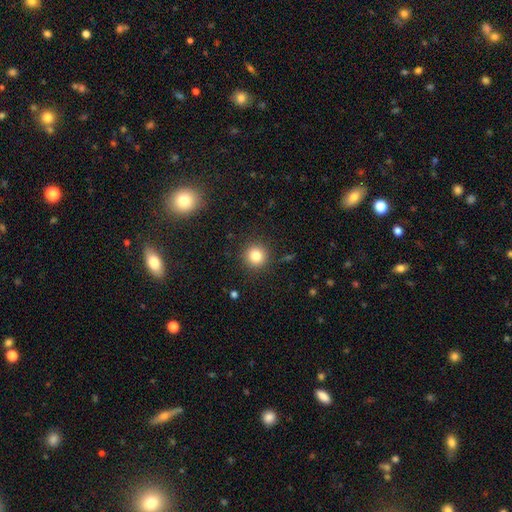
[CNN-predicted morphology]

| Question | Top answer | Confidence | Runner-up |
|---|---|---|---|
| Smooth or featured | smooth | 82% | star or artifact (11%) |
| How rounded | round | 94% | in between (5%) |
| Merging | none | 90% | minor disturbance (6%) |